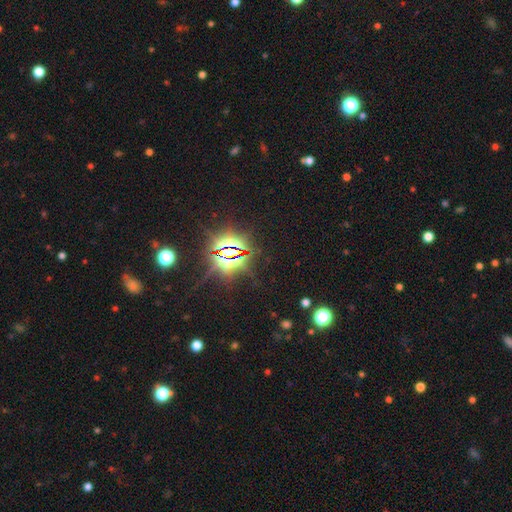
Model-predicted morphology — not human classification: The model was most divided on "smooth or featured": star or artifact: 85%, smooth: 9%, featured or disk: 6%.